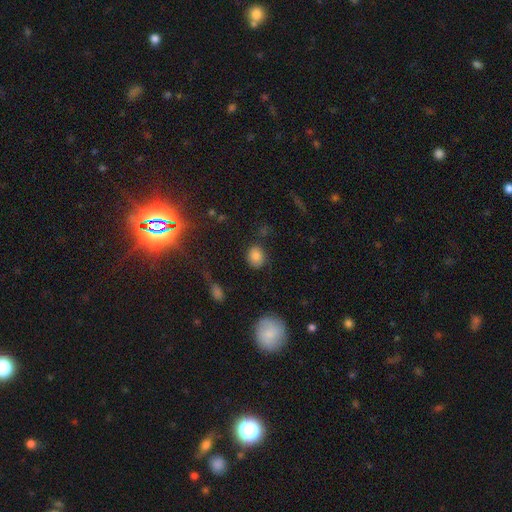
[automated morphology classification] smooth_or_featured: smooth (p=0.81) [alt: star or artifact p=0.11]
how_rounded: round (p=0.60) [alt: in between p=0.39]
merging: none (p=0.76) [alt: minor disturbance p=0.16]